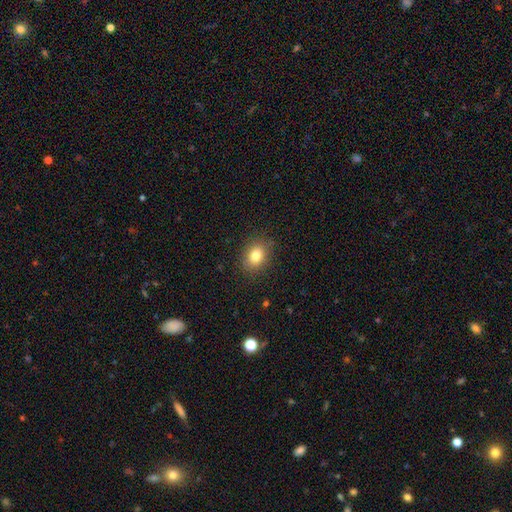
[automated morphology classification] This appears to be a smooth galaxy with no disk features (82%) that is in between round and cigar-shaped (61%). Merging: none (86%).